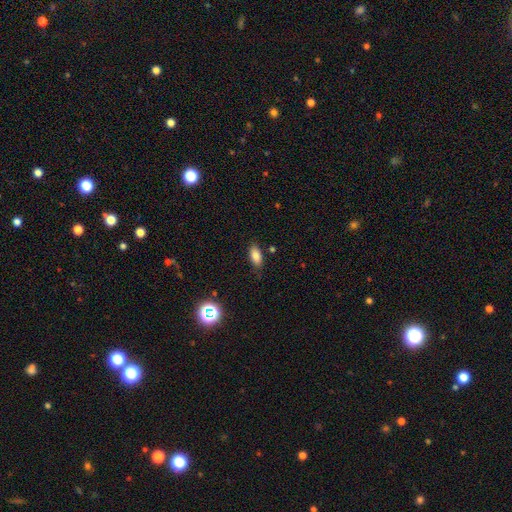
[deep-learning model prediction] smooth-or-featured: smooth: 83% | star or artifact: 10% | featured or disk: 8%
  how-rounded: in between: 87% | cigar-shaped: 9% | round: 4%
  merging: none: 82% | minor disturbance: 13% | major disturbance: 3% | merger: 2%